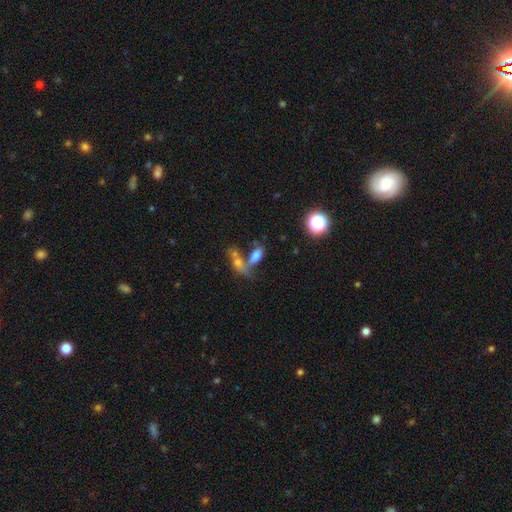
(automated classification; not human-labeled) Overall: smooth (71%). How rounded: in between (84%). Merging: merger (47%; none 35%).